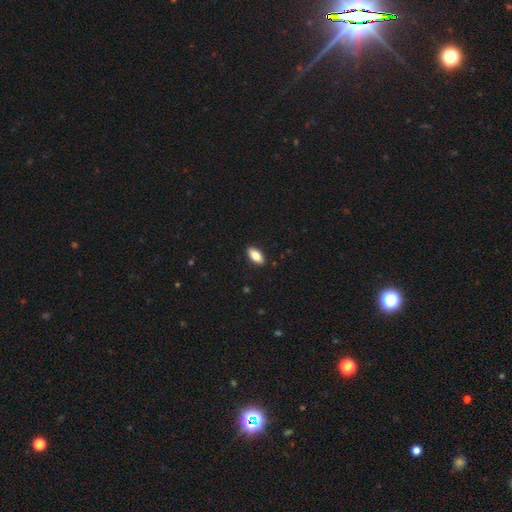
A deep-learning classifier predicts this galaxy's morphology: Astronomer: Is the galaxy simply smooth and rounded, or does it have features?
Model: smooth — 84%.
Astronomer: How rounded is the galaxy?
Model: in between — 90%.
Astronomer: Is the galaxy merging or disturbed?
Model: none — 90%.